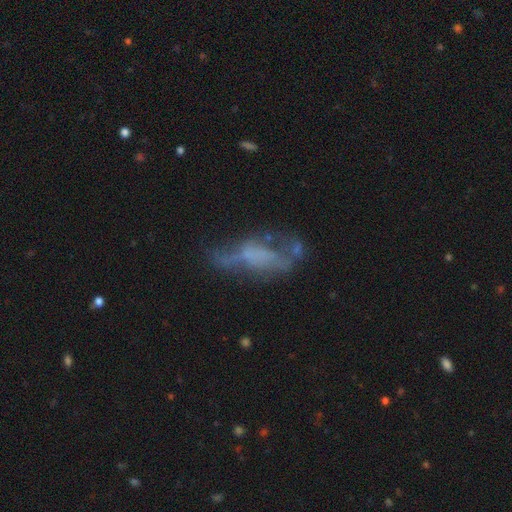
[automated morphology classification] Smooth or featured? featured or disk (57%)
Edge-on disk? no (79%)
Merging? none (35%)